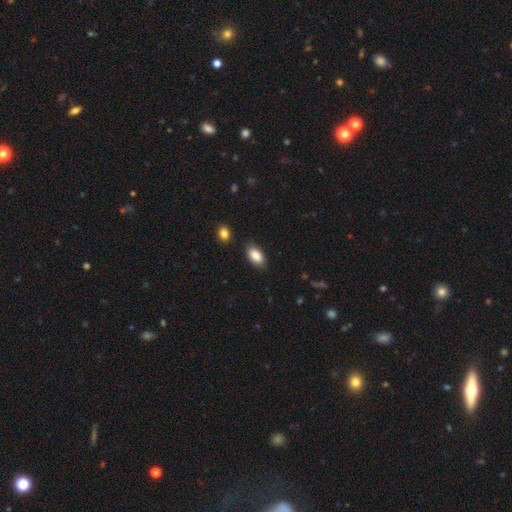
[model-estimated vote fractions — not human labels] The model was most divided on "merging": none: 86%, minor disturbance: 9%, major disturbance: 2%, merger: 2%. More confident: how rounded — in between (93%); smooth or featured — smooth (88%).